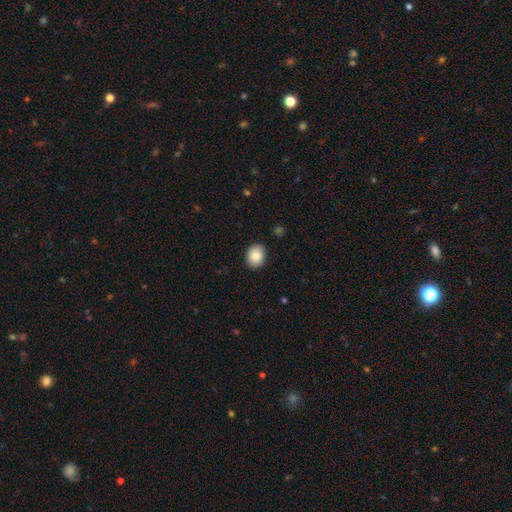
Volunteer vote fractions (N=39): This is clearly a smooth galaxy (92%). How rounded: likely round (69%). Merging: clearly none (86%).